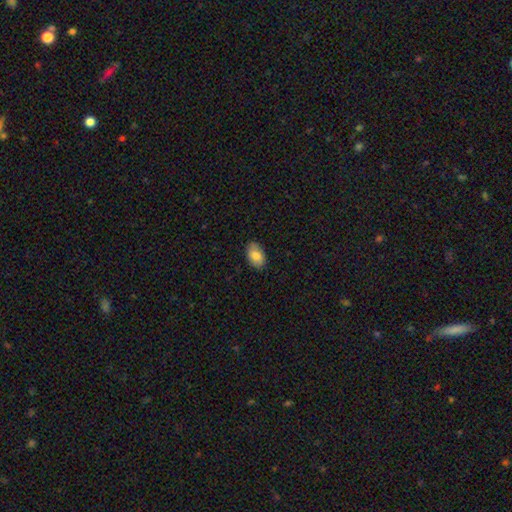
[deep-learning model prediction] Smooth or featured?
  - smooth: 81% *
  - featured or disk: 12%
  - star or artifact: 7%
How rounded?
  - in between: 90% *
  - round: 9%
  - cigar-shaped: 1%
Merging?
  - none: 86% *
  - minor disturbance: 11%
  - major disturbance: 2%
  - merger: 1%